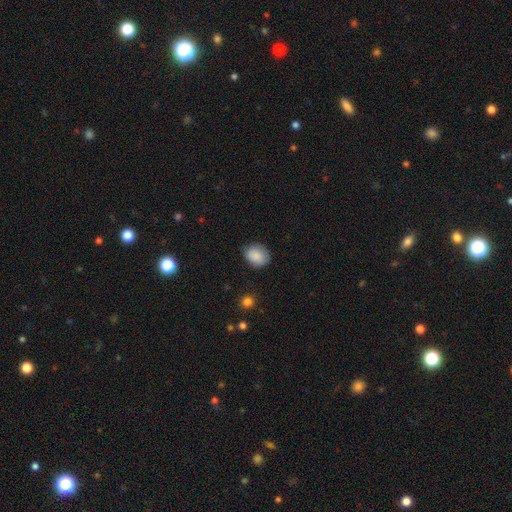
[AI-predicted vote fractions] Smooth or featured: smooth — 87% (star or artifact — 7%)
How rounded: in between — 51% (round — 48%)
Merging: none — 74% (minor disturbance — 21%)